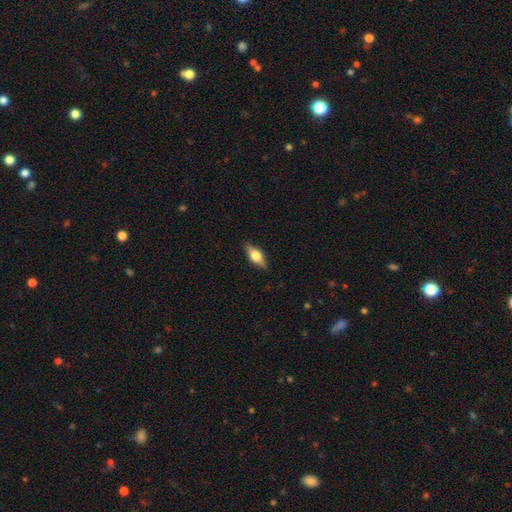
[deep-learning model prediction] smooth-or-featured: featured or disk: 50% | smooth: 43% | star or artifact: 7%
  merging: none: 86% | minor disturbance: 11% | major disturbance: 2% | merger: 1%